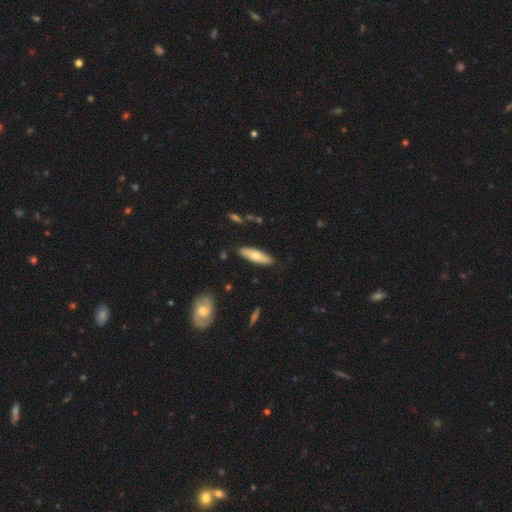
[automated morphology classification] Smooth or featured: smooth — 66% (featured or disk — 28%)
How rounded: cigar-shaped — 57% (in between — 41%)
Merging: none — 87% (minor disturbance — 10%)